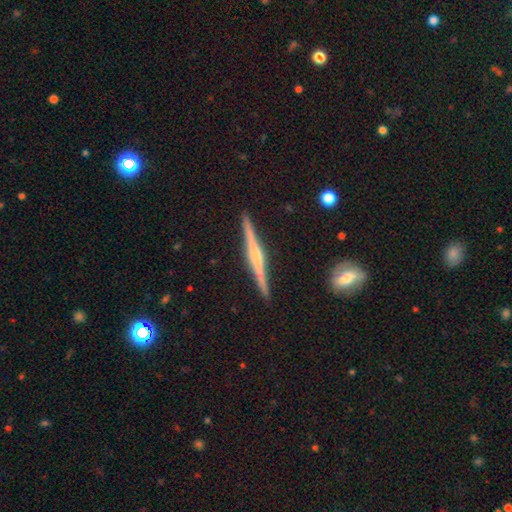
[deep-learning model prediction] smooth_or_featured: featured or disk (p=0.79) [alt: smooth p=0.16]
disk_edge_on: yes (p=0.98) [alt: no p=0.02]
edge_on_bulge: rounded (p=0.58) [alt: boxy p=0.21]
merging: none (p=0.92) [alt: minor disturbance p=0.06]